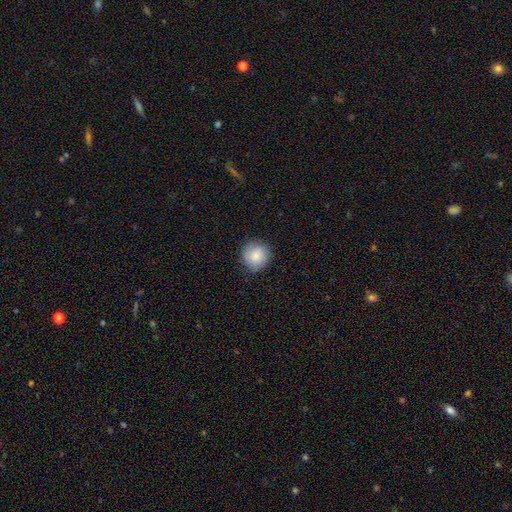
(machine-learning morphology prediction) This appears to be a smooth galaxy with no disk features (86%) that is round (92%). Merging: none (85%).